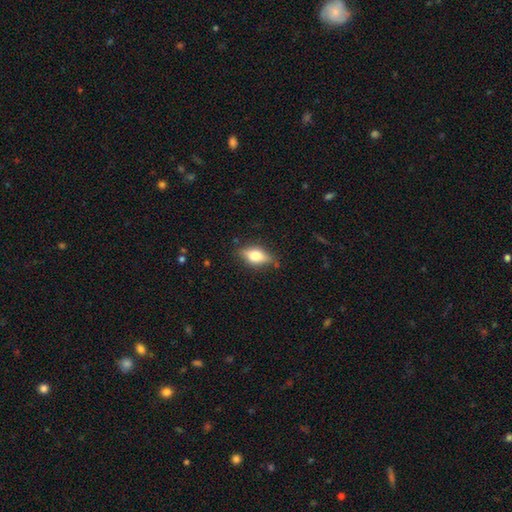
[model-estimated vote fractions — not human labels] A smooth galaxy with no disk features (60%) that is in between round and cigar-shaped (78%). Merging: none (79%).